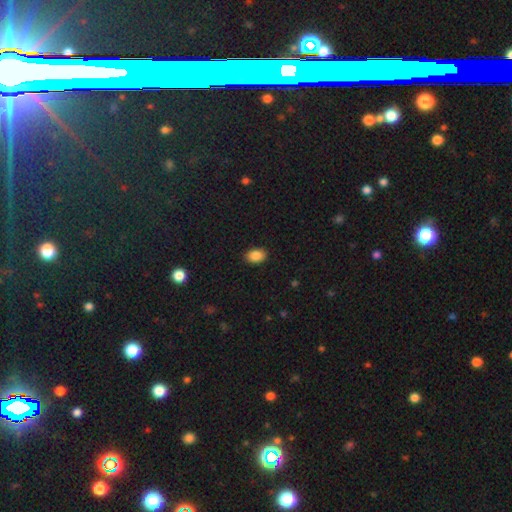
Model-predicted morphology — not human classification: This is clearly a smooth galaxy (88%). How rounded: clearly in between (84%). Merging: clearly none (89%).